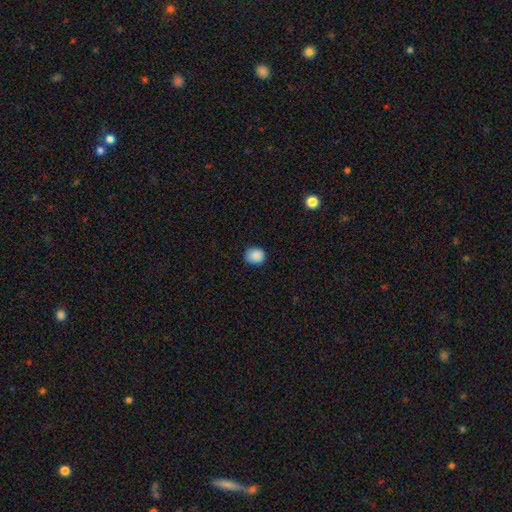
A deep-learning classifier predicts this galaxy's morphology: A smooth galaxy with no disk features (88%) that is round (67%). Merging: none (81%).